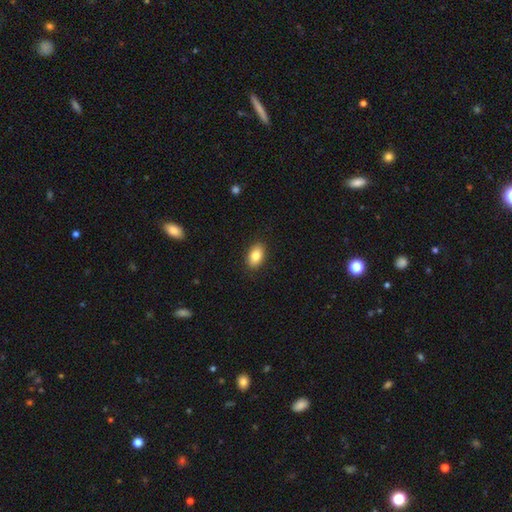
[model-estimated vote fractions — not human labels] smooth_or_featured: smooth (p=0.85) [alt: star or artifact p=0.08]
how_rounded: in between (p=0.90) [alt: round p=0.08]
merging: none (p=0.89) [alt: minor disturbance p=0.08]